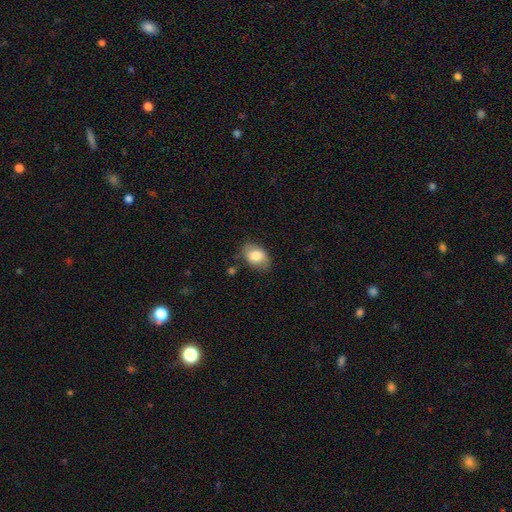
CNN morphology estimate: This is likely a smooth galaxy (78%). How rounded: clearly in between (86%). Merging: likely none (75%).